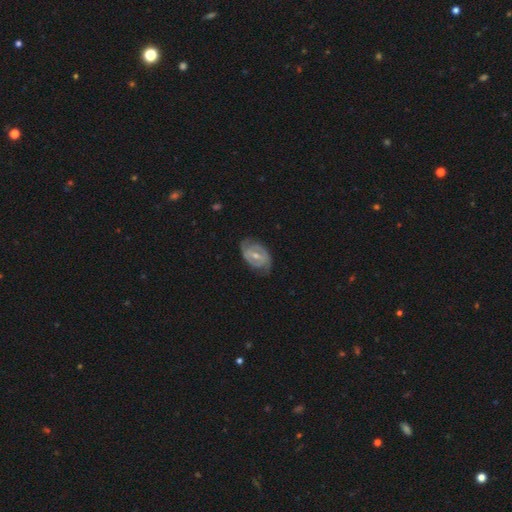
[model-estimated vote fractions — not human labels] smooth_or_featured: featured or disk (p=0.78) [alt: smooth p=0.17]
disk_edge_on: no (p=0.96) [alt: yes p=0.04]
bar: weak (p=0.50) [alt: strong p=0.27]
has_spiral_arms: yes (p=0.85) [alt: no p=0.15]
spiral_winding: tight (p=0.50) [alt: medium p=0.37]
spiral_arm_count: 2 (p=0.76) [alt: can't tell p=0.14]
bulge_size: moderate (p=0.58) [alt: small p=0.38]
merging: none (p=0.71) [alt: minor disturbance p=0.21]